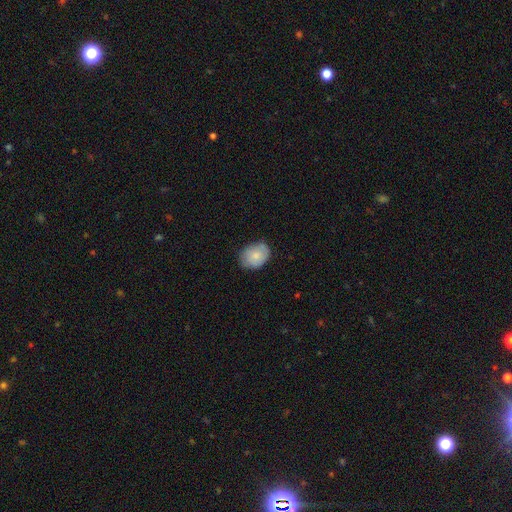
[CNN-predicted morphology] Smooth or featured?
  - smooth: 78% *
  - featured or disk: 16%
  - star or artifact: 7%
How rounded?
  - in between: 67% *
  - round: 32%
  - cigar-shaped: 1%
Merging?
  - none: 70% *
  - minor disturbance: 24%
  - major disturbance: 4%
  - merger: 1%